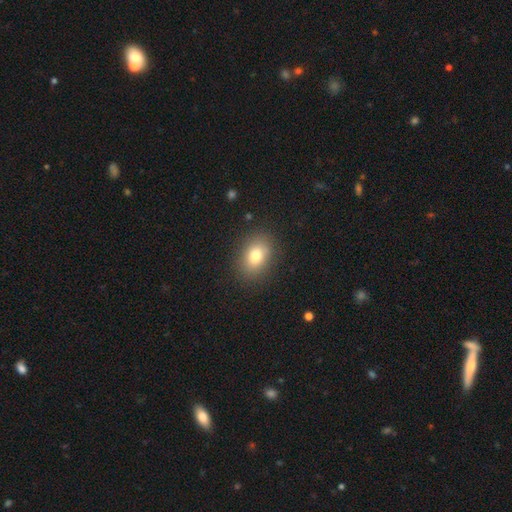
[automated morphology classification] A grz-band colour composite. It shows a smooth galaxy with no disk features (79%) that is in between round and cigar-shaped (69%). Merging: none (86%).